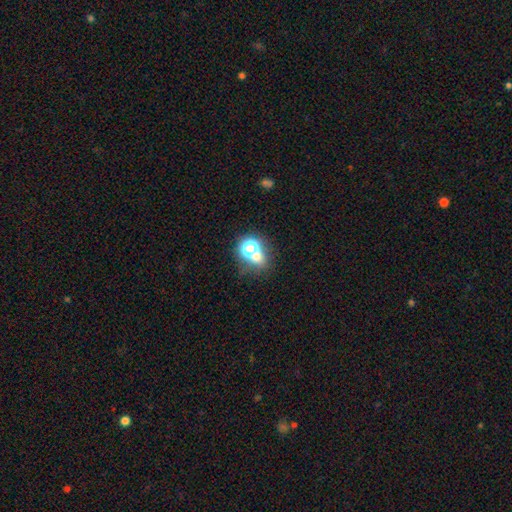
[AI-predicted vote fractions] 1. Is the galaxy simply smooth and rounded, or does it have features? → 57% smooth, 26% star or artifact, 17% featured or disk.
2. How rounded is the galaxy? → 64% round, 34% in between, 1% cigar-shaped.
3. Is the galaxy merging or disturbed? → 44% none, 39% merger, 10% minor disturbance, 7% major disturbance.